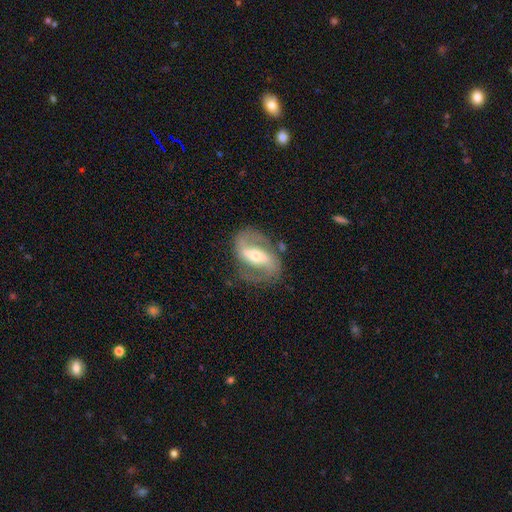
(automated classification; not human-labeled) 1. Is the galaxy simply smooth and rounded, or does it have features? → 87% featured or disk, 8% smooth, 5% star or artifact.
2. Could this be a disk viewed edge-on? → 96% no, 4% yes.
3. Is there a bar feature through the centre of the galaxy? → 49% strong, 32% weak, 18% no.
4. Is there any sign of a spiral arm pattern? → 94% yes, 6% no.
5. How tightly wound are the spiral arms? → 52% medium, 29% loose, 19% tight.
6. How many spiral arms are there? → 91% 2, 3% can't tell, 2% 1, 1% 3, 1% 4, 1% more than 4.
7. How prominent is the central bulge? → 56% moderate, 38% small, 5% large, 1% none, 1% dominant.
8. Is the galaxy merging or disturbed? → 77% none, 14% minor disturbance, 7% major disturbance, 2% merger.